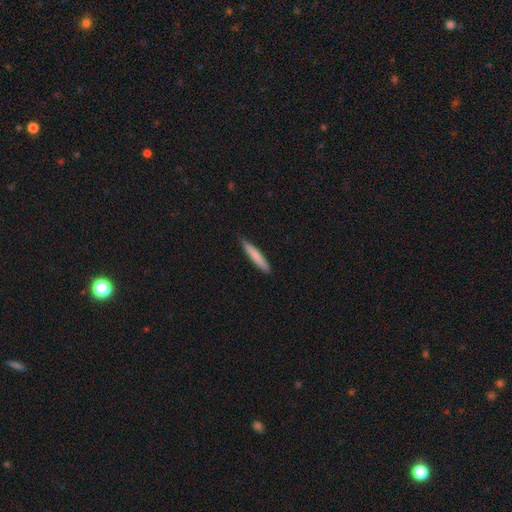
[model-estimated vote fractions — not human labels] A smooth galaxy with no disk features (78%) that is cigar-shaped (94%).

Vote fractions:
- Smooth or featured? smooth: 78% / featured or disk: 17% / star or artifact: 5%
- How rounded? cigar-shaped: 94% / in between: 5% / round: 1%
- Merging? none: 88% / minor disturbance: 9% / major disturbance: 1% / merger: 1%